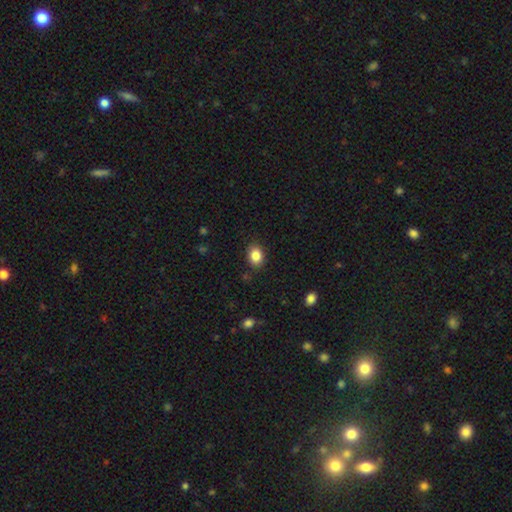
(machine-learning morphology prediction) type=smooth (86%); roundness=in between (61%); merging=none (88%).